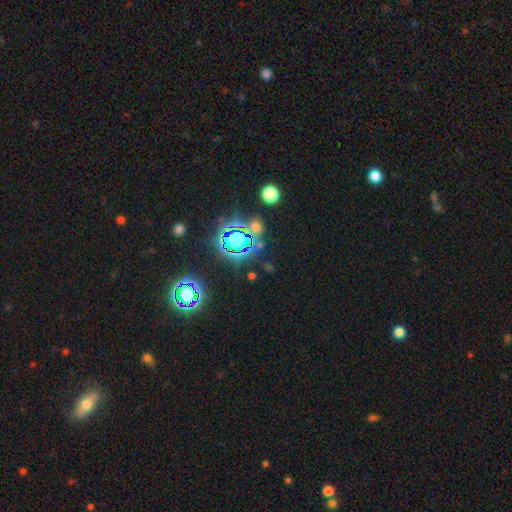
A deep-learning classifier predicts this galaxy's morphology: star or artifact 80%, smooth 13%, featured or disk 7%.